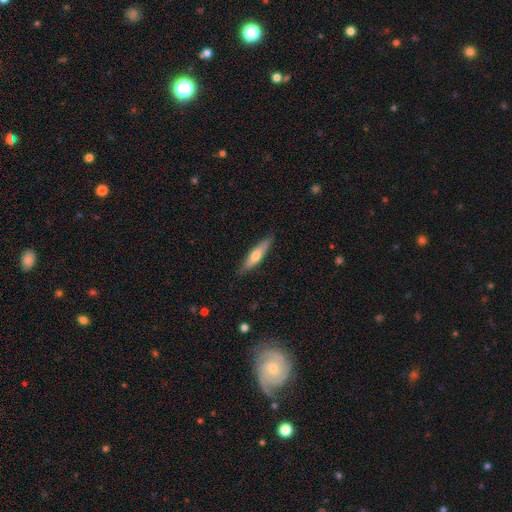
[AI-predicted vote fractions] smooth 58%, featured or disk 37%, star or artifact 6%. Down the decision tree: how rounded — cigar-shaped (78%); merging — none (86%).